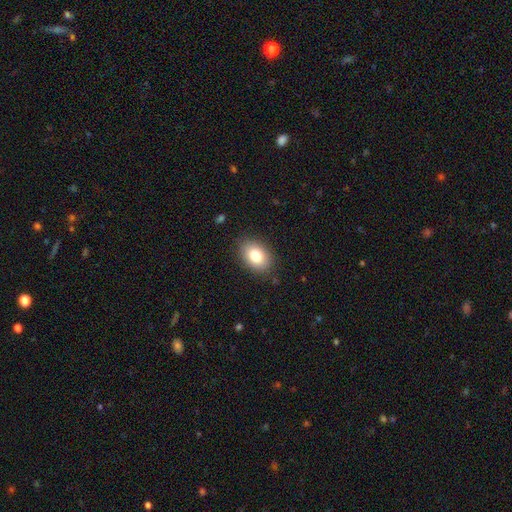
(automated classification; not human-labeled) Smooth or featured? Predicted: smooth (p=0.84). How rounded? Predicted: in between (p=0.84). Merging? Predicted: none (p=0.85).